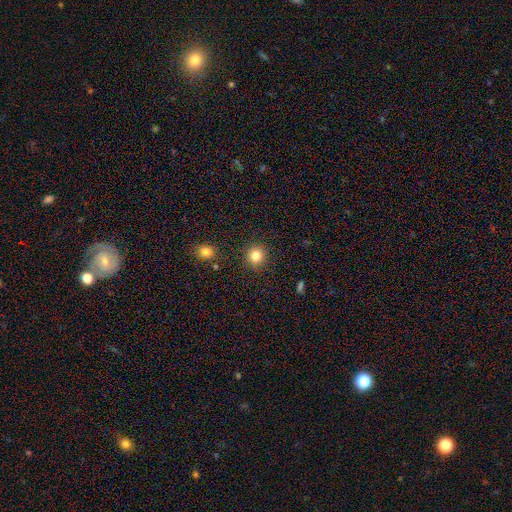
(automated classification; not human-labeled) Smooth or featured? Predicted: smooth (p=0.82). How rounded? Predicted: round (p=0.92). Merging? Predicted: none (p=0.90).